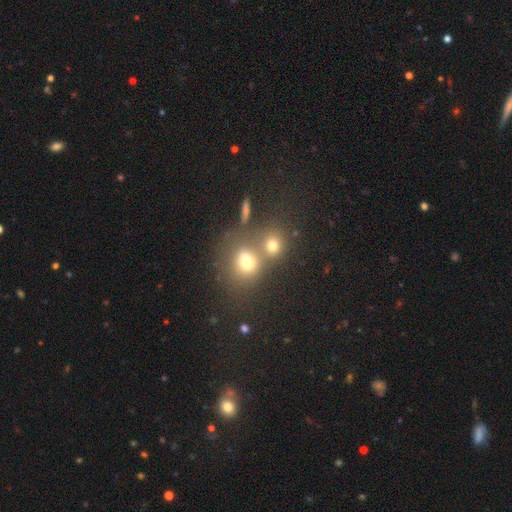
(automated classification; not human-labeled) smooth 54%, star or artifact 32%, featured or disk 14%. Down the decision tree: how rounded — round (77%); merging — merger (48%).